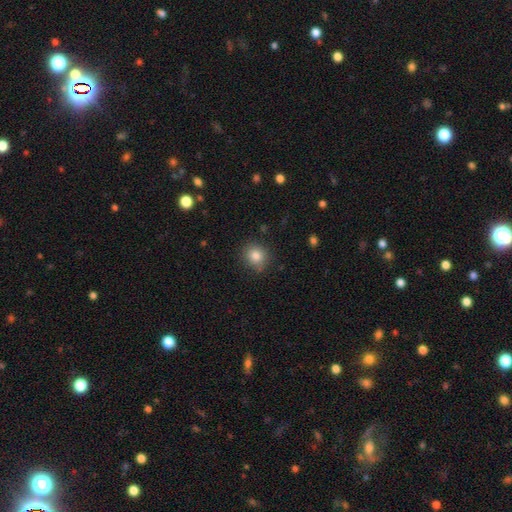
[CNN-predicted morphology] Smooth or featured: smooth — 83% (star or artifact — 10%)
How rounded: round — 83% (in between — 16%)
Merging: none — 84% (minor disturbance — 11%)